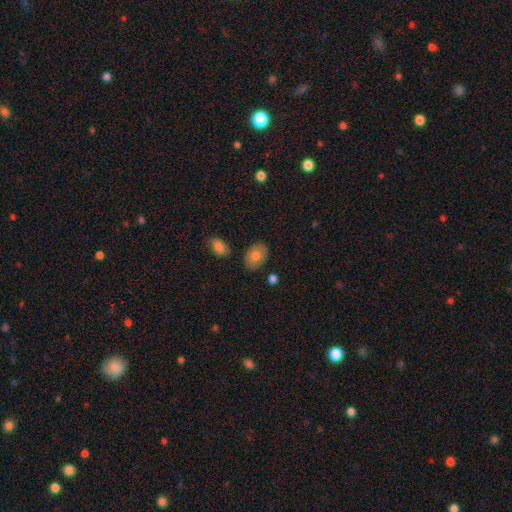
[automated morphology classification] This is likely a smooth galaxy (77%). How rounded: clearly in between (80%). Merging: clearly none (82%).